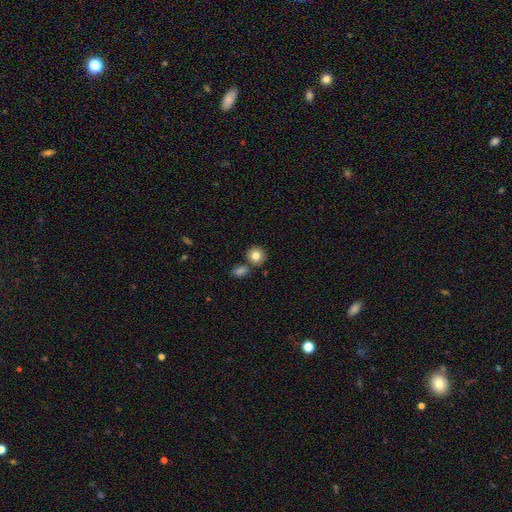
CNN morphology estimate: smooth 82%, star or artifact 9%, featured or disk 8%. Down the decision tree: how rounded — round (85%); merging — none (71%).